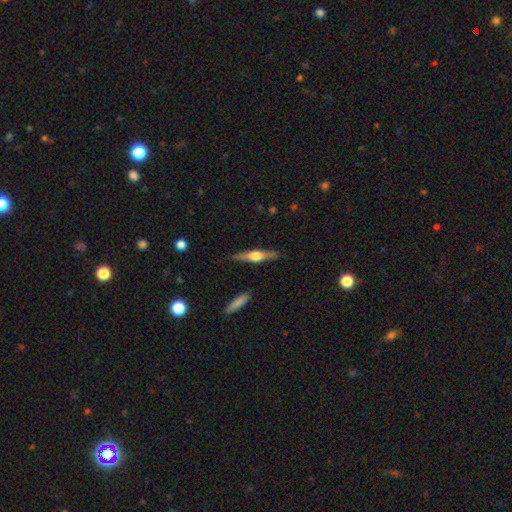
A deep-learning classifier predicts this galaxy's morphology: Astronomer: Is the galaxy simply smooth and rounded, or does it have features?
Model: featured or disk — 71%.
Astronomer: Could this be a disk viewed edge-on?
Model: yes — 97%.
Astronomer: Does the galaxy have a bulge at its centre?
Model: rounded — 92%.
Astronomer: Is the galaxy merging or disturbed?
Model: none — 88%.